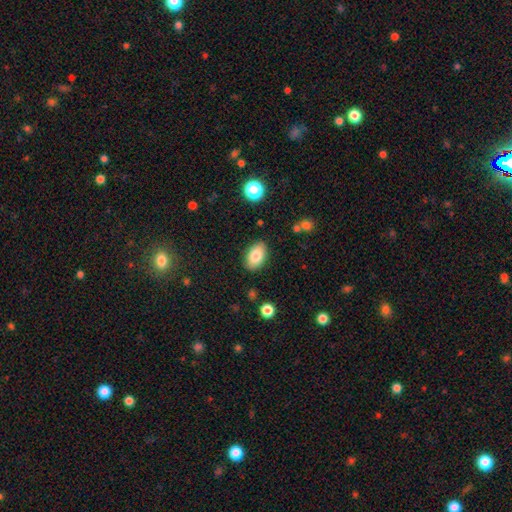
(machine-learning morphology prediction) This is clearly a smooth galaxy (82%). How rounded: clearly in between (93%). Merging: clearly none (86%).